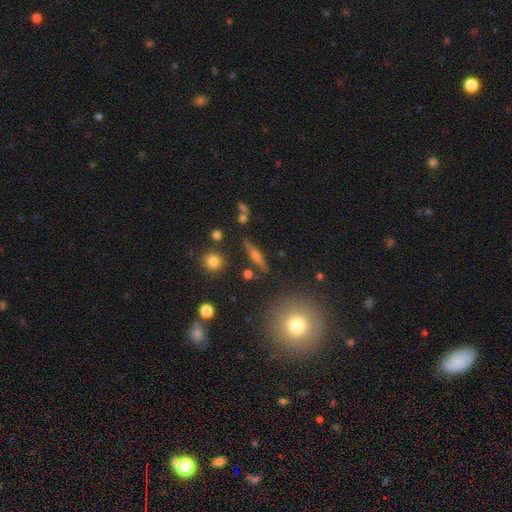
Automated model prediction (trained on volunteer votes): smooth-or-featured: featured or disk: 53% | smooth: 33% | star or artifact: 14%
  disk-edge-on: yes: 88% | no: 12%
  merging: none: 84% | minor disturbance: 9% | merger: 4% | major disturbance: 3%